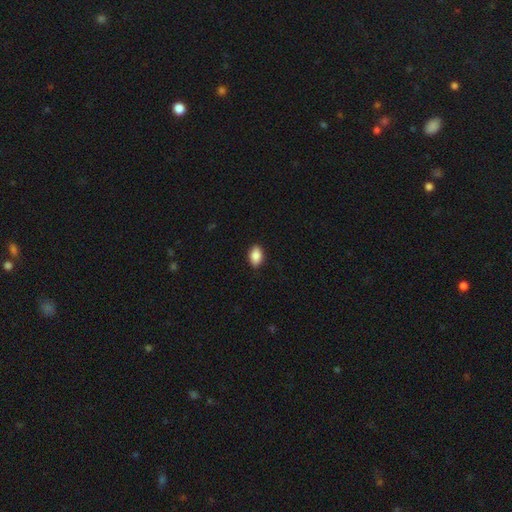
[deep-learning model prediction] The model was most divided on "how rounded": in between: 88%, round: 10%, cigar-shaped: 2%. More confident: merging — none (88%); smooth or featured — smooth (87%).